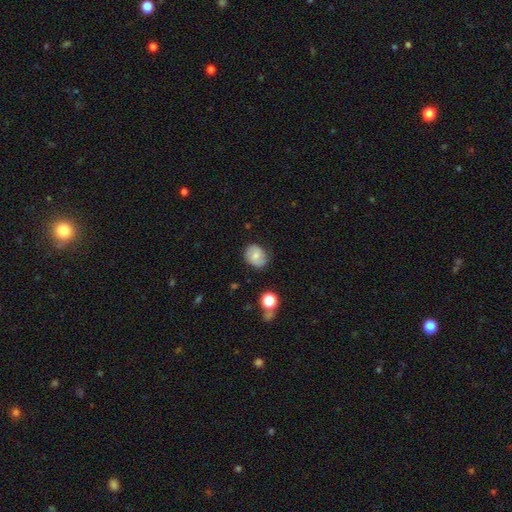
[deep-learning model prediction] Smooth or featured?
  - smooth: 58% *
  - featured or disk: 33%
  - star or artifact: 9%
How rounded?
  - round: 56% *
  - in between: 43%
  - cigar-shaped: 1%
Merging?
  - none: 76% *
  - minor disturbance: 18%
  - major disturbance: 4%
  - merger: 2%